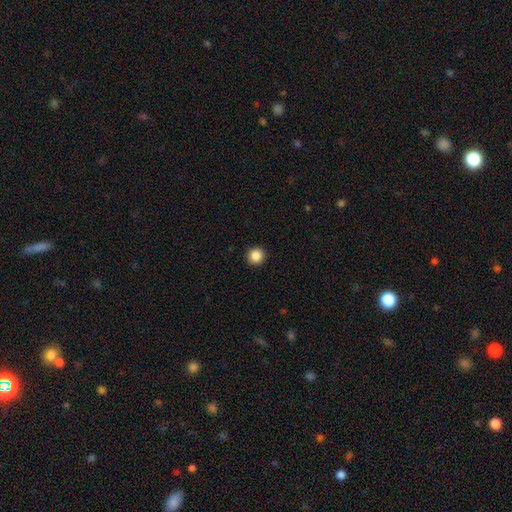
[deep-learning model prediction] This appears to be a smooth galaxy with no disk features (87%) that is round (94%). Merging: none (93%).